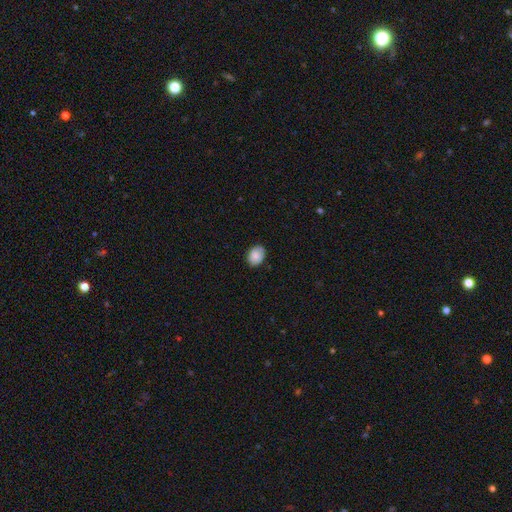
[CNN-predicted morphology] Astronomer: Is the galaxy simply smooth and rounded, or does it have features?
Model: smooth — 82%.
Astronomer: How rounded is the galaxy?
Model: in between — 64%.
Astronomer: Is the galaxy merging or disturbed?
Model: none — 81%.